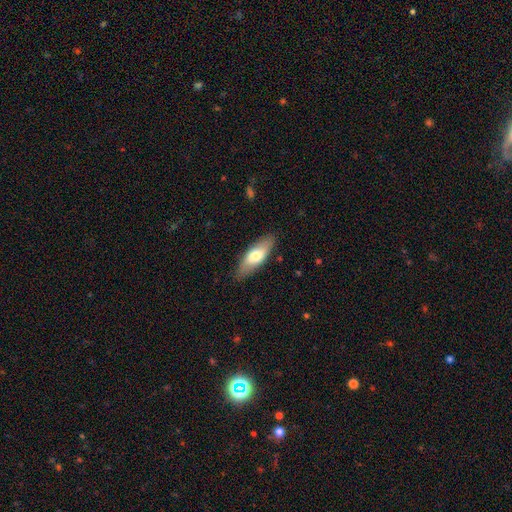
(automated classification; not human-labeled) smooth 68%, featured or disk 26%, star or artifact 6%. Down the decision tree: how rounded — in between (67%); merging — none (85%).